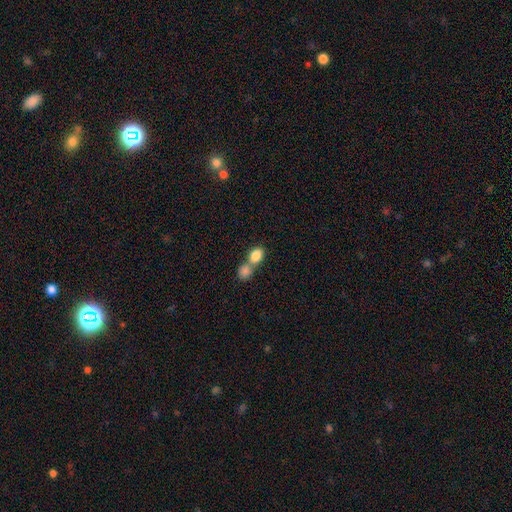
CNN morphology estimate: A smooth galaxy with no disk features (85%) that is in between round and cigar-shaped (64%). Merging: merger (63%).